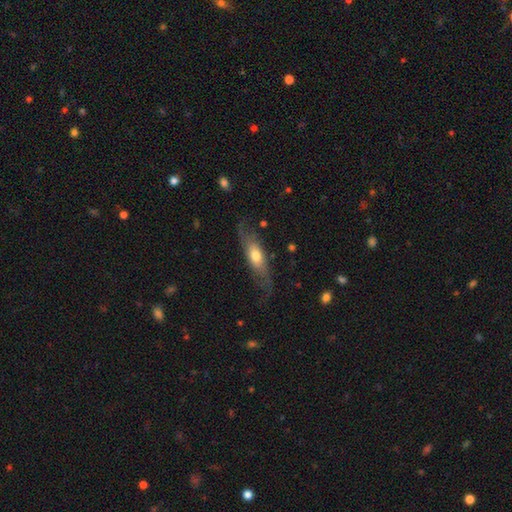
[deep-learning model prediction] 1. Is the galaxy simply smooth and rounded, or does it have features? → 54% featured or disk, 40% smooth, 6% star or artifact.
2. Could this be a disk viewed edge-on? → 63% no, 37% yes.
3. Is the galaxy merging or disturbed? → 60% none, 23% minor disturbance, 15% major disturbance, 2% merger.